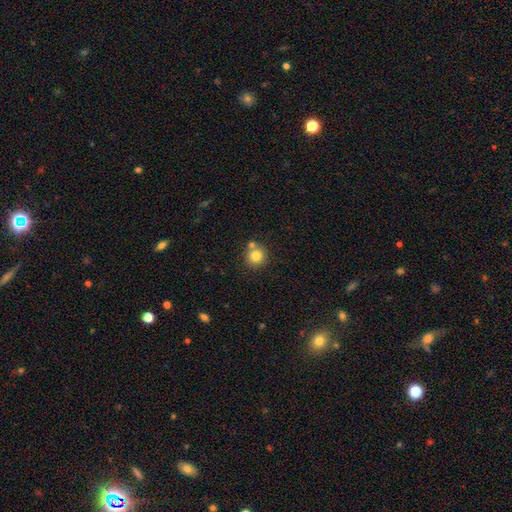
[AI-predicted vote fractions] Smooth or featured: smooth — 79% (star or artifact — 11%)
How rounded: round — 92% (in between — 7%)
Merging: none — 70% (merger — 20%)